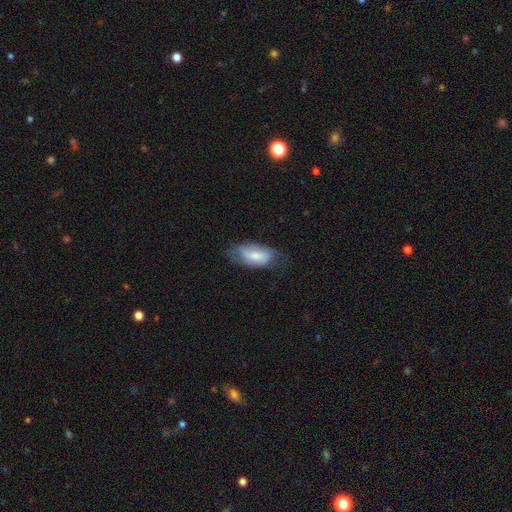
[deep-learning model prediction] smooth-or-featured: smooth: 66% | featured or disk: 27% | star or artifact: 6%
  how-rounded: in between: 91% | cigar-shaped: 6% | round: 3%
  merging: none: 54% | minor disturbance: 32% | major disturbance: 12% | merger: 1%